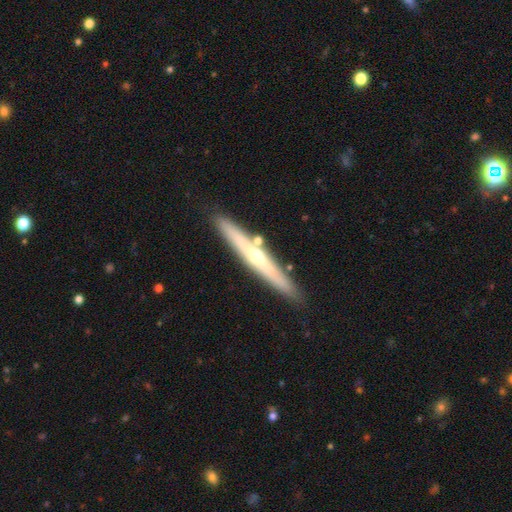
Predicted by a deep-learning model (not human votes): Smooth or featured? featured or disk (67%)
Edge-on disk? yes (94%)
Edge-on bulge? rounded (79%)
Merging? none (84%)